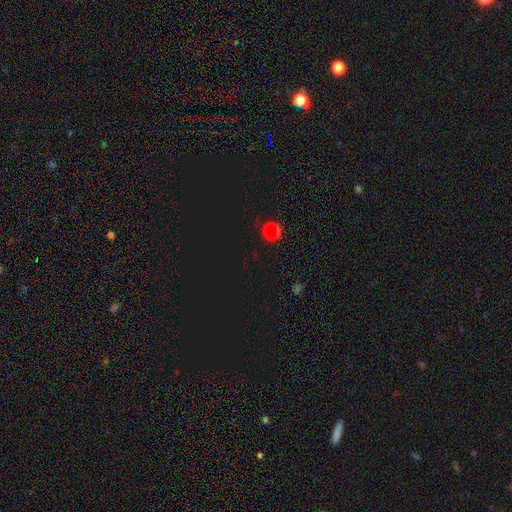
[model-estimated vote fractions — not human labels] This appears to be a star or artifact, not a galaxy (63%).